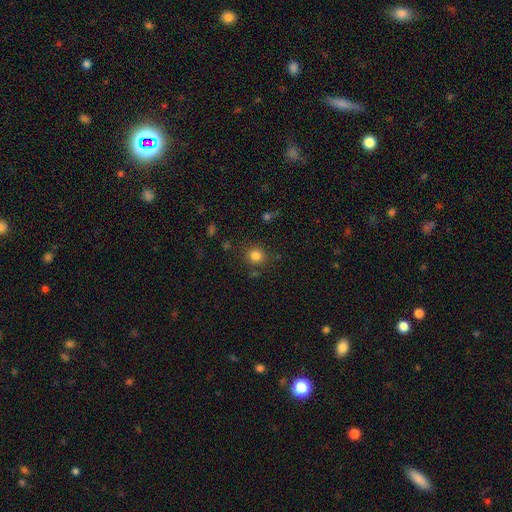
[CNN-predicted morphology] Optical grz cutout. It shows a smooth galaxy with no disk features (81%) that is round (91%). Merging: none (85%).